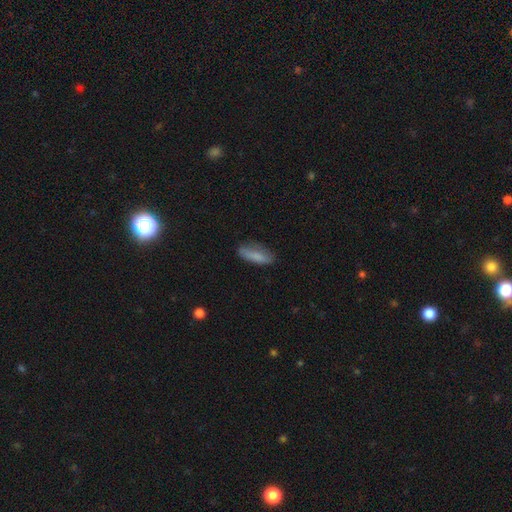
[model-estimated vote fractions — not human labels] Morphology: type=smooth (81%); roundness=in between (52%); merging=none (68%).